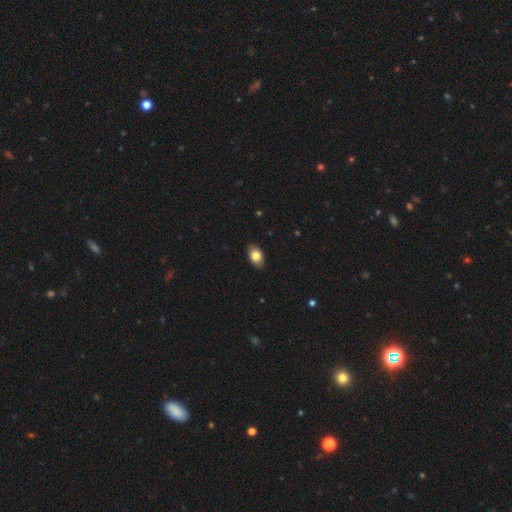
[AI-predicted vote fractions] Overall: smooth (83%). How rounded: in between (89%). Merging: none (88%).